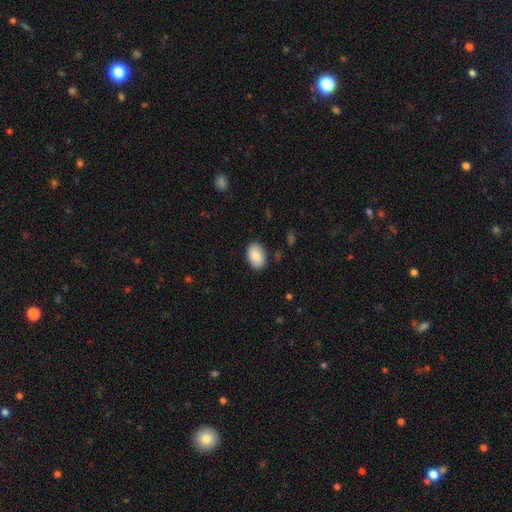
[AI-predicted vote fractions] Smooth or featured? Predicted: smooth (p=0.87). How rounded? Predicted: in between (p=0.85). Merging? Predicted: none (p=0.87).